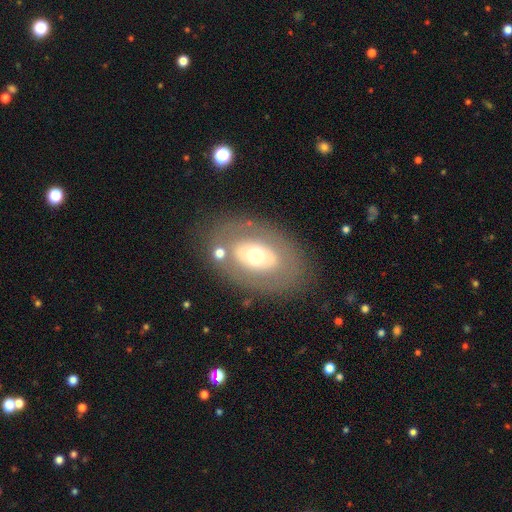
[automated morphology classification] Smooth or featured? featured or disk (49%)
Merging? none (77%)